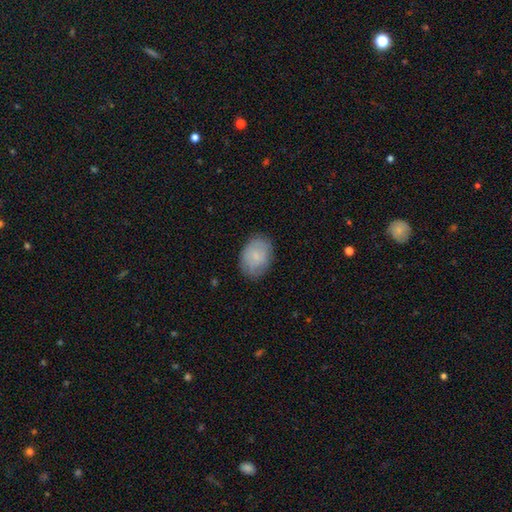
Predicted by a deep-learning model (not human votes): A smooth galaxy with no disk features (75%) that is in between round and cigar-shaped (73%).

Vote fractions:
- Smooth or featured? smooth: 75% / featured or disk: 18% / star or artifact: 7%
- How rounded? in between: 73% / round: 25% / cigar-shaped: 1%
- Merging? none: 81% / minor disturbance: 15% / major disturbance: 4% / merger: 1%